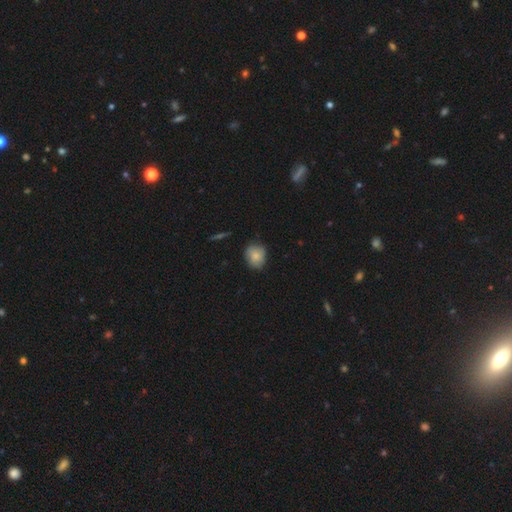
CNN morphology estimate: A smooth galaxy with no disk features (84%) that is round (65%). Merging: none (77%).